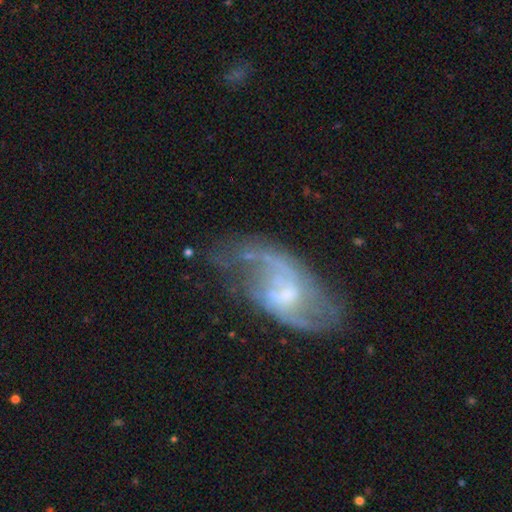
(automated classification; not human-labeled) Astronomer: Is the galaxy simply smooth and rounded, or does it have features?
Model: featured or disk — 79%.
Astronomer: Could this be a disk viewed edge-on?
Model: no — 95%.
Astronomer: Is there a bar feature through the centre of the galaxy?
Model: weak — 49% (runner-up: no, 41%).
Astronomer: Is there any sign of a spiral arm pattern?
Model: yes — 89%.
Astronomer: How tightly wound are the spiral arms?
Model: loose — 56% (runner-up: medium, 33%).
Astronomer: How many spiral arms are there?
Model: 2 — 73%.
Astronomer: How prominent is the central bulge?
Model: small — 51% (runner-up: moderate, 36%).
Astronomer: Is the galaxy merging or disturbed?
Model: none — 57%.